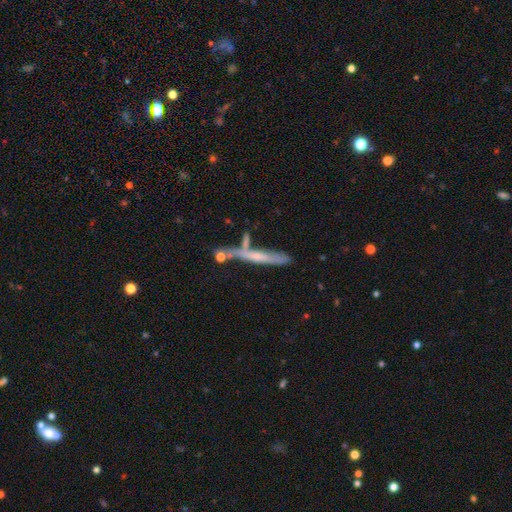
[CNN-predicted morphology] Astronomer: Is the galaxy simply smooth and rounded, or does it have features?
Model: featured or disk — 51% (runner-up: smooth, 41%).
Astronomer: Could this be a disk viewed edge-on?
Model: yes — 89%.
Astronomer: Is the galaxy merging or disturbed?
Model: none — 61%.